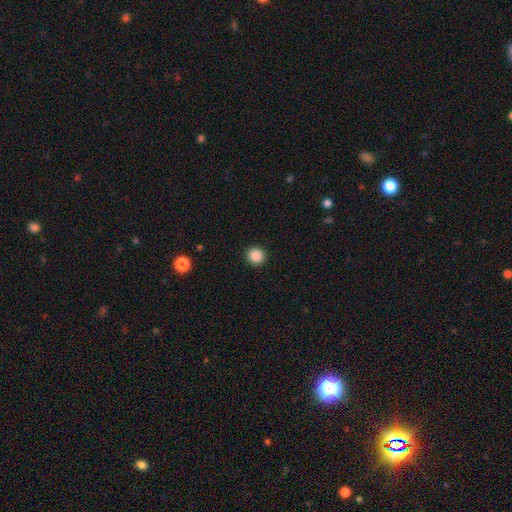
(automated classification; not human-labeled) Smooth or featured? Predicted: smooth (p=0.87). How rounded? Predicted: round (p=0.94). Merging? Predicted: none (p=0.93).